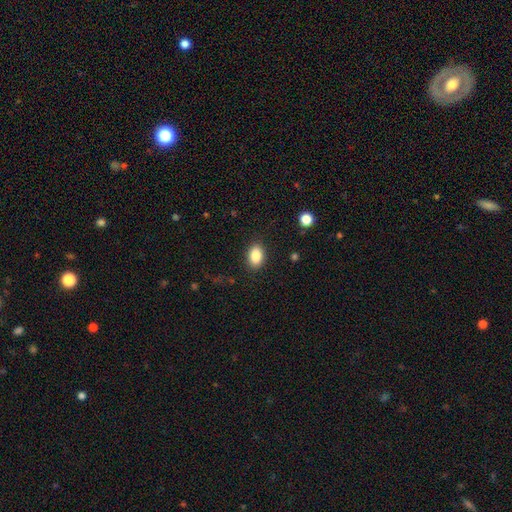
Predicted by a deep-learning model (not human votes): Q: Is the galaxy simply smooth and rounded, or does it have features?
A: smooth — 86%.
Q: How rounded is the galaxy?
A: in between — 82%.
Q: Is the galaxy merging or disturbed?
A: none — 87%.